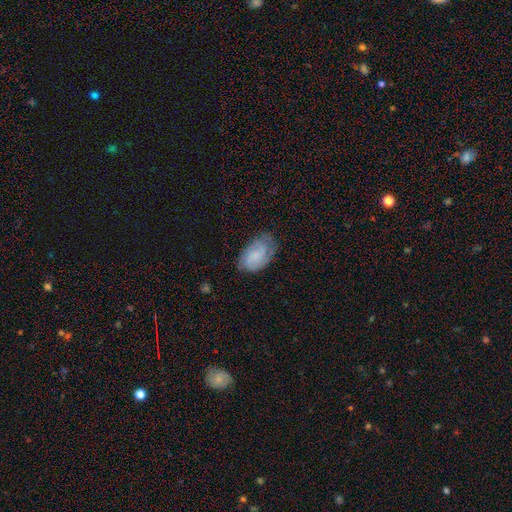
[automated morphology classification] A featured or disk galaxy (47%).

Vote fractions:
- Smooth or featured? featured or disk: 47% / smooth: 44% / star or artifact: 8%
- Merging? none: 65% / minor disturbance: 25% / major disturbance: 9% / merger: 1%